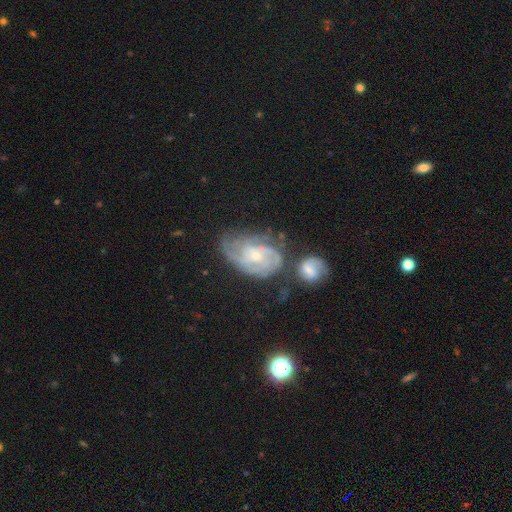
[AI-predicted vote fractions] Smooth or featured? featured or disk (83%)
Edge-on disk? no (97%)
Bar? no (66%)
Spiral arms? yes (94%)
Spiral winding? tight (59%)
Spiral arm count? can't tell (34%)
Bulge size? small (56%)
Merging? none (42%)